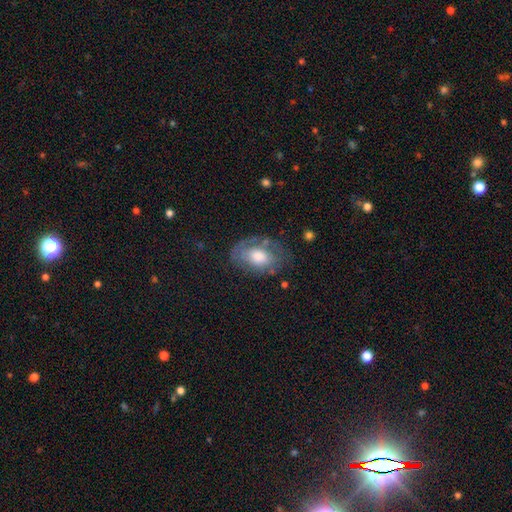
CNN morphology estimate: Smooth or featured? featured or disk (49%)
Merging? none (62%)